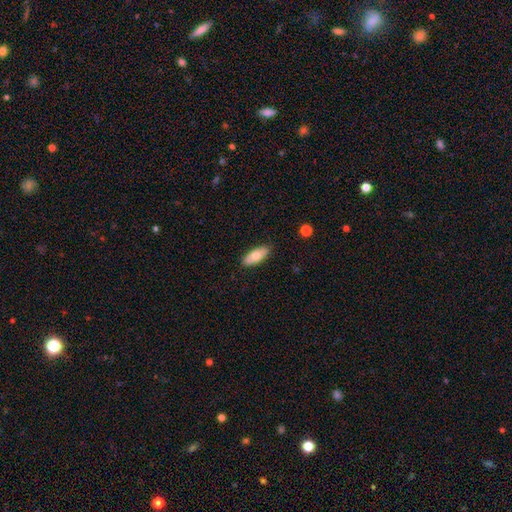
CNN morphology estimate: smooth_or_featured: smooth (p=0.71) [alt: featured or disk p=0.23]
how_rounded: in between (p=0.85) [alt: cigar-shaped p=0.13]
merging: none (p=0.86) [alt: minor disturbance p=0.11]